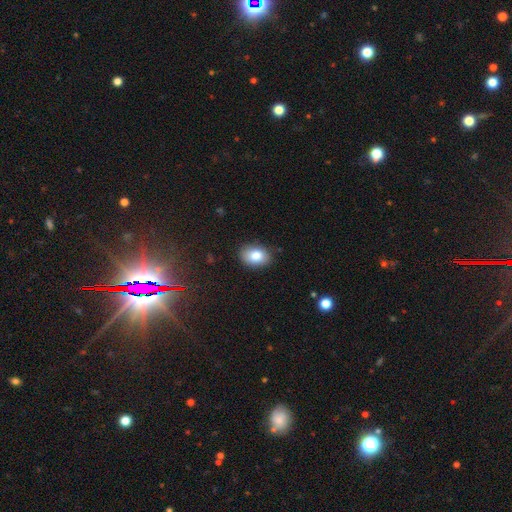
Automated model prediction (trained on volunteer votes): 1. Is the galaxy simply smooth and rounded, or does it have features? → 83% smooth, 9% featured or disk, 8% star or artifact.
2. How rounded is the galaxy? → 80% in between, 19% round, 1% cigar-shaped.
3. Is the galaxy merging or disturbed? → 84% none, 12% minor disturbance, 3% major disturbance, 1% merger.